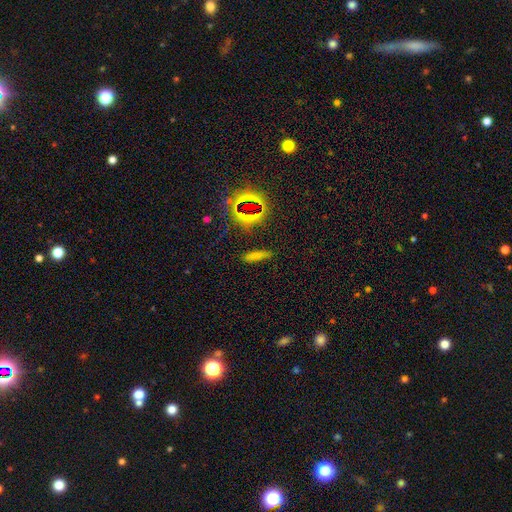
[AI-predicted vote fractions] smooth-or-featured: smooth: 64% | star or artifact: 26% | featured or disk: 10%
  how-rounded: cigar-shaped: 67% | in between: 29% | round: 3%
  merging: none: 81% | minor disturbance: 13% | major disturbance: 4% | merger: 3%